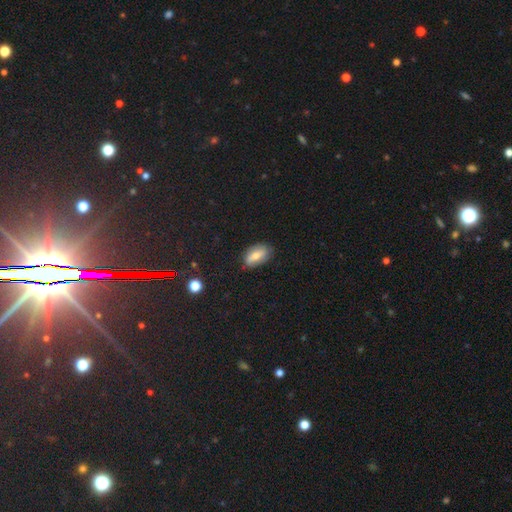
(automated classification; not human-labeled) Smooth or featured? smooth (61%)
How rounded? in between (90%)
Merging? none (76%)